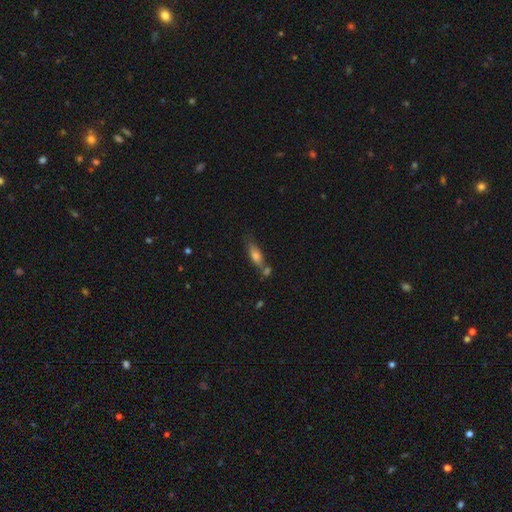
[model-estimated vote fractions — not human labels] Smooth or featured?
  - smooth: 64% *
  - featured or disk: 27%
  - star or artifact: 9%
How rounded?
  - cigar-shaped: 50% *
  - in between: 46%
  - round: 3%
Merging?
  - none: 51% *
  - merger: 25%
  - minor disturbance: 17%
  - major disturbance: 6%